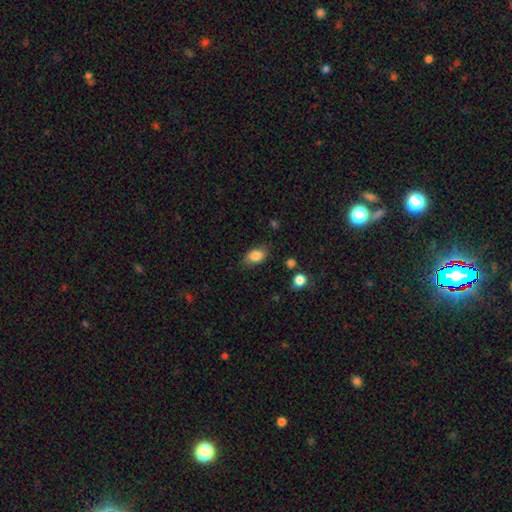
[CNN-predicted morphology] Overall: smooth (85%). How rounded: in between (86%). Merging: none (79%).